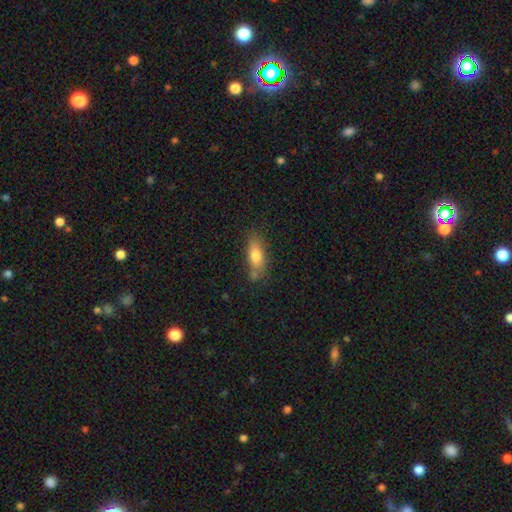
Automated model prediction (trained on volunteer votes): This appears to be a smooth galaxy with no disk features (73%) that is in between round and cigar-shaped (69%). Merging: none (66%).